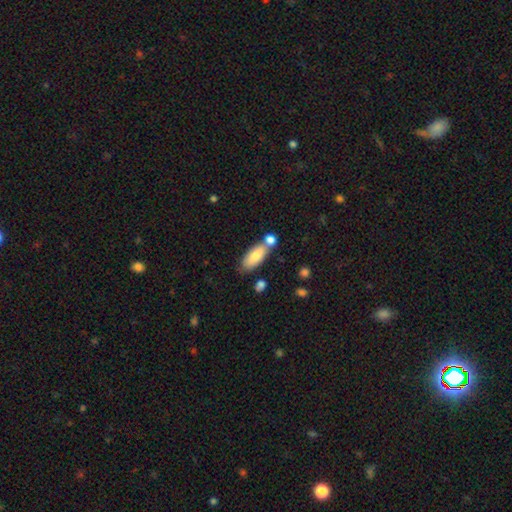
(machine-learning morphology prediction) smooth_or_featured: smooth (p=0.78) [alt: featured or disk p=0.15]
how_rounded: in between (p=0.78) [alt: cigar-shaped p=0.19]
merging: none (p=0.56) [alt: merger p=0.26]